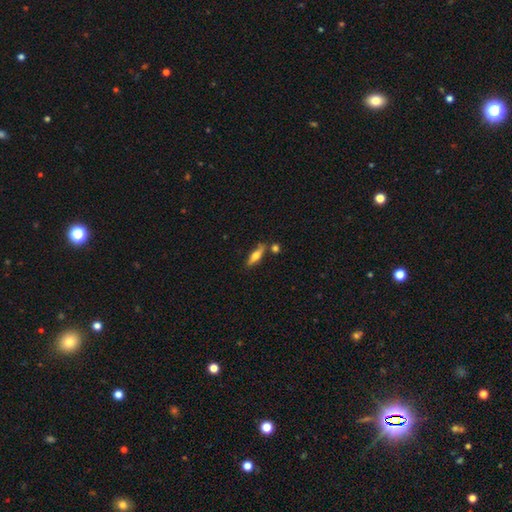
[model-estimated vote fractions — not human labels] Smooth or featured?
  - smooth: 53% *
  - featured or disk: 41%
  - star or artifact: 7%
How rounded?
  - cigar-shaped: 57% *
  - in between: 40%
  - round: 3%
Merging?
  - none: 72% *
  - minor disturbance: 14%
  - merger: 10%
  - major disturbance: 4%